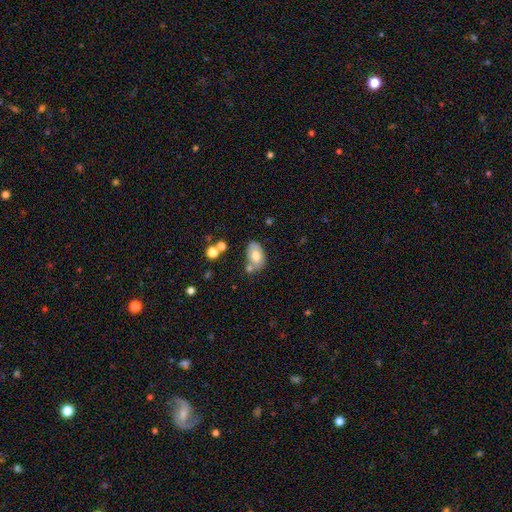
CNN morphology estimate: This is likely a smooth galaxy (69%). How rounded: clearly in between (90%). Merging: possibly none (51%).